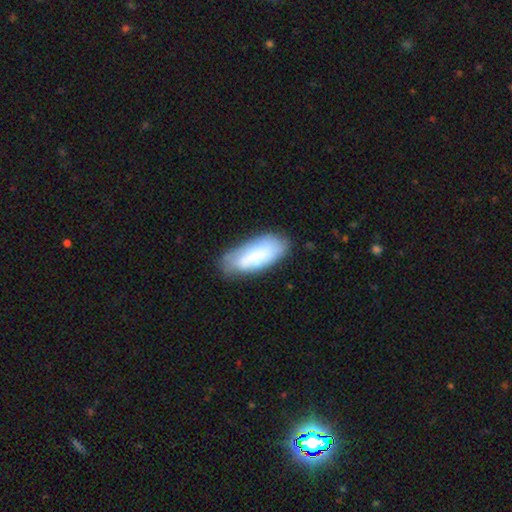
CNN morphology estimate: Smooth or featured: smooth — 67% (featured or disk — 26%)
How rounded: in between — 81% (cigar-shaped — 17%)
Merging: none — 72% (minor disturbance — 21%)